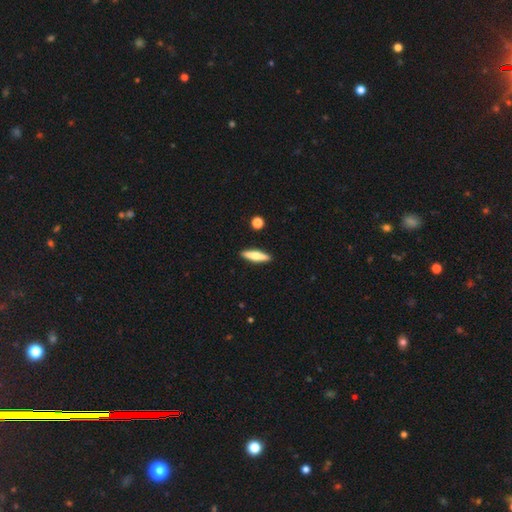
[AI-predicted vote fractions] This appears to be a smooth galaxy with no disk features (57%) that is cigar-shaped (75%). Merging: none (90%).